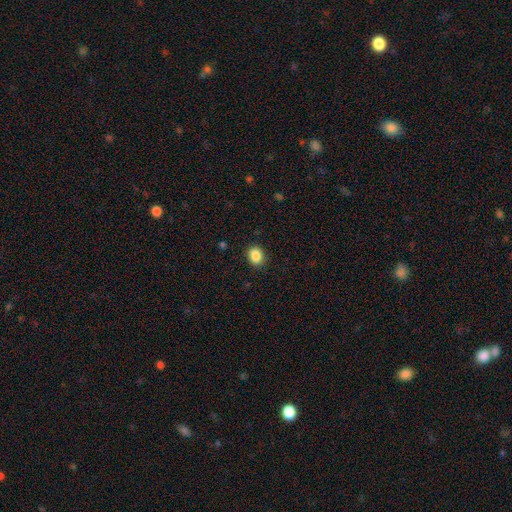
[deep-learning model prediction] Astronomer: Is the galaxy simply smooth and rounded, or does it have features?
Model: smooth — 88%.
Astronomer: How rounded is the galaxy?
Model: in between — 60% (runner-up: round, 39%).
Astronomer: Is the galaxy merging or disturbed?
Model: none — 89%.